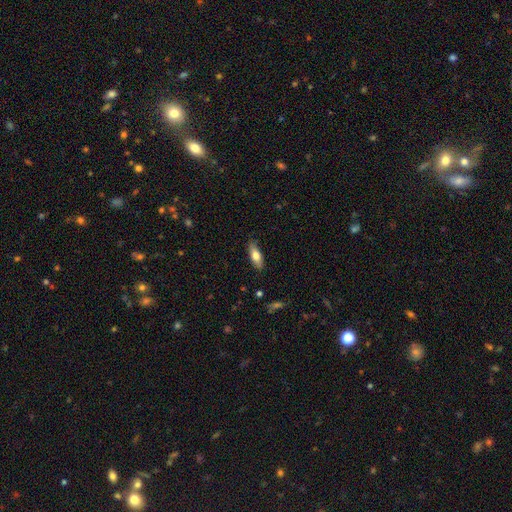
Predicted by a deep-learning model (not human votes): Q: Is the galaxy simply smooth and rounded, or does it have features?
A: smooth — 70%.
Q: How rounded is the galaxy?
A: in between — 64%.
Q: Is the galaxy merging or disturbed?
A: none — 85%.